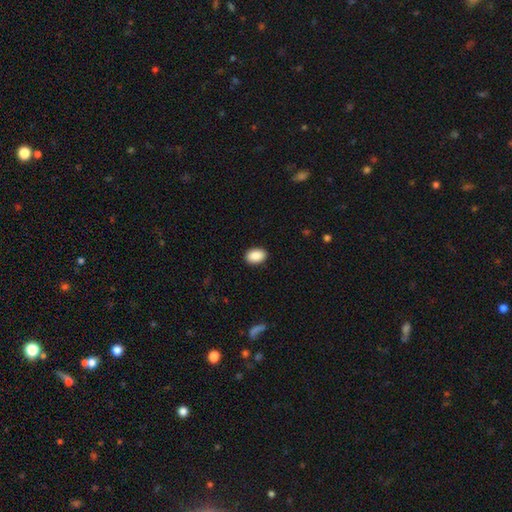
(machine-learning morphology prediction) This appears to be a smooth galaxy with no disk features (90%) that is in between round and cigar-shaped (87%). Merging: none (90%).